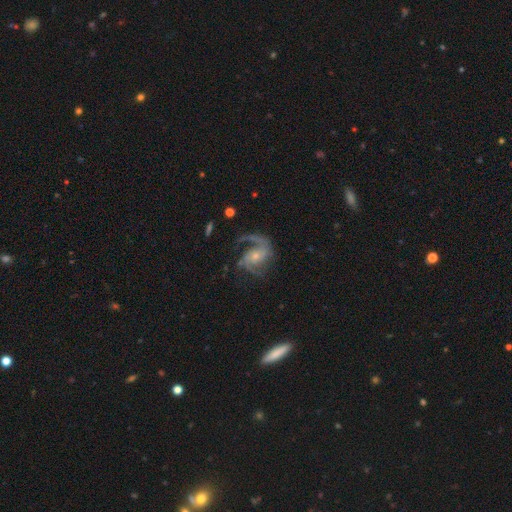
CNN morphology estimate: Smooth or featured? Predicted: featured or disk (p=0.90). Edge-on disk? Predicted: no (p=0.98). Bar? Predicted: no (p=0.61). Spiral arms? Predicted: yes (p=0.97). Spiral winding? Predicted: medium (p=0.54). Spiral arm count? Predicted: 2 (p=0.61). Bulge size? Predicted: small (p=0.64). Merging? Predicted: none (p=0.64).